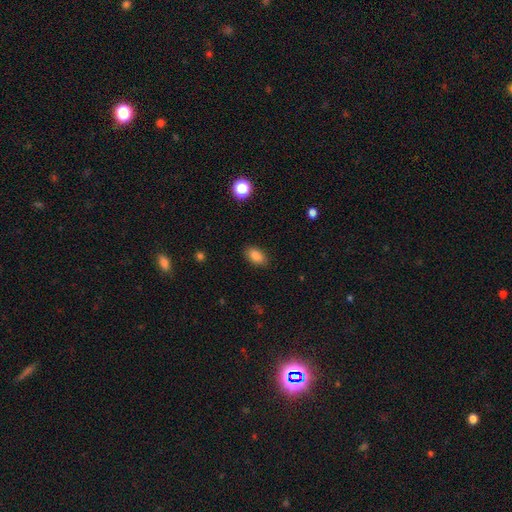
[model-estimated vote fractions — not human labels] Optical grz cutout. It shows a smooth galaxy with no disk features (86%) that is in between round and cigar-shaped (91%). Merging: none (87%).